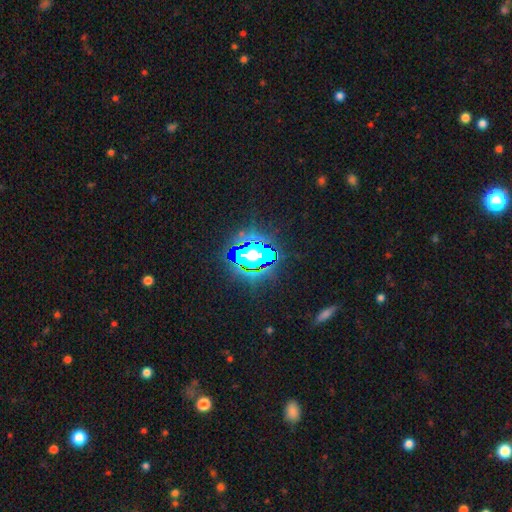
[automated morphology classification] Overall: star or artifact (73%).